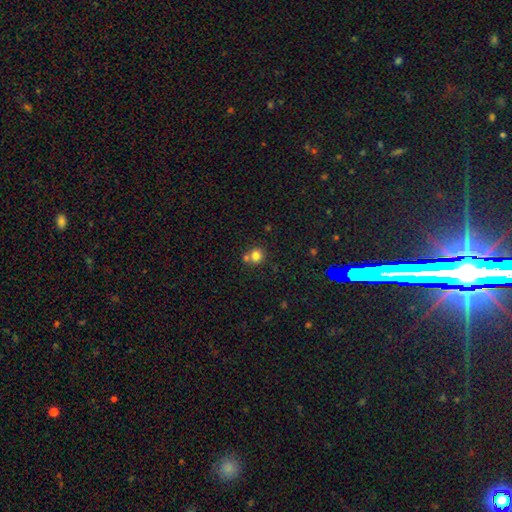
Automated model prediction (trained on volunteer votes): Smooth or featured? Predicted: smooth (p=0.79). How rounded? Predicted: round (p=0.85). Merging? Predicted: none (p=0.57).